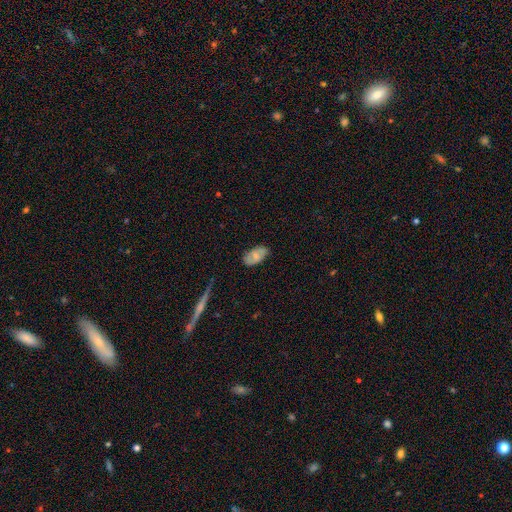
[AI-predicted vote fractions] smooth-or-featured: smooth: 59% | featured or disk: 33% | star or artifact: 8%
  how-rounded: in between: 93% | round: 4% | cigar-shaped: 3%
  merging: none: 78% | minor disturbance: 17% | major disturbance: 3% | merger: 1%